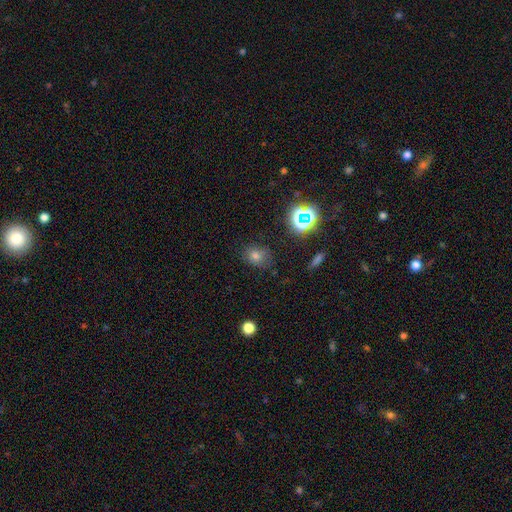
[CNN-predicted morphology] smooth_or_featured: smooth (p=0.67) [alt: star or artifact p=0.24]
how_rounded: round (p=0.59) [alt: in between p=0.40]
merging: none (p=0.79) [alt: minor disturbance p=0.15]